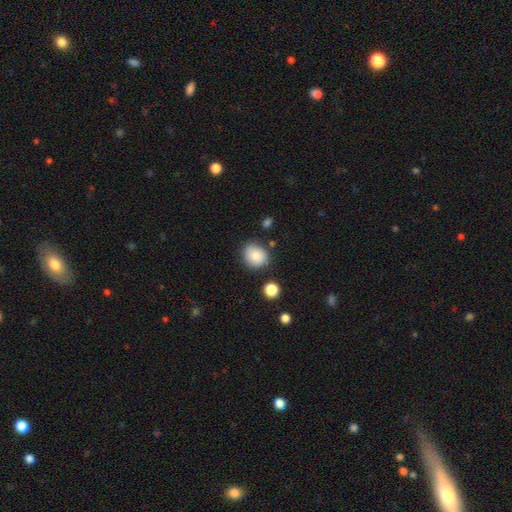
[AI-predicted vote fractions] Morphology: type=smooth (80%); roundness=round (70%); merging=none (77%).